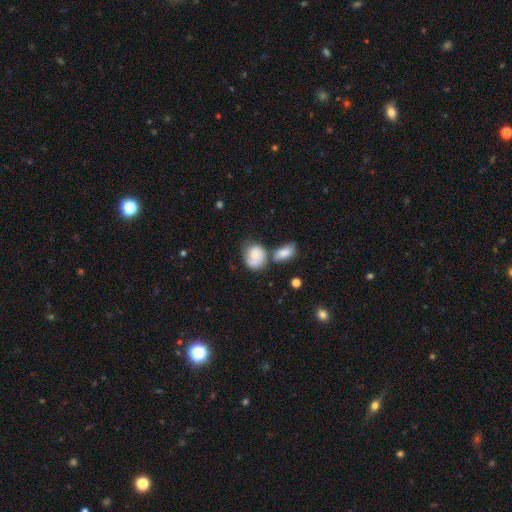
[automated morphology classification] Q: Smooth or featured?
A: smooth (58%); runner-up: featured or disk (34%)
Q: How rounded?
A: round (54%); runner-up: in between (45%)
Q: Merging?
A: none (35%); runner-up: merger (33%)